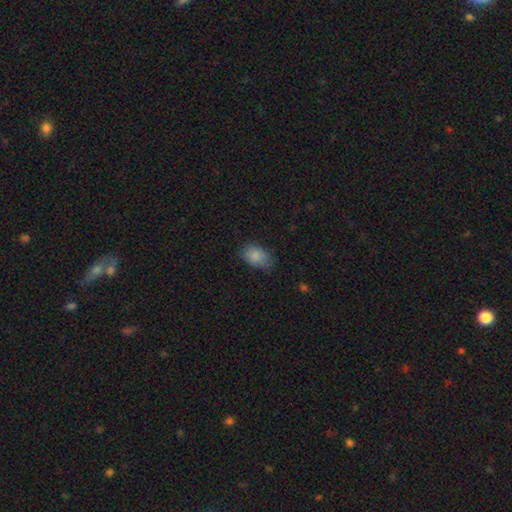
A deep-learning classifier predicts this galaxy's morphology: Overall: smooth (87%). How rounded: in between (88%). Merging: none (74%).